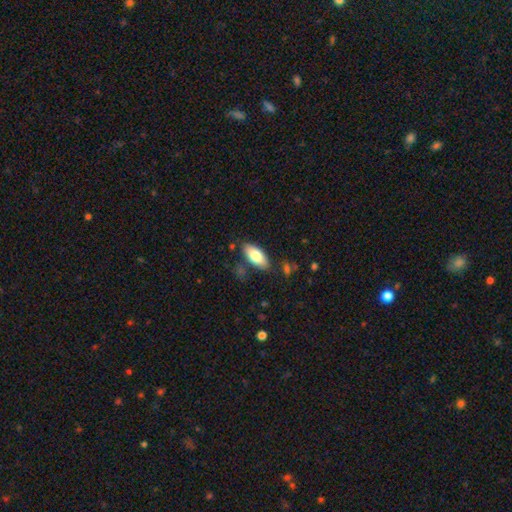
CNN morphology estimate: Overall: smooth (78%). How rounded: in between (87%). Merging: none (81%).